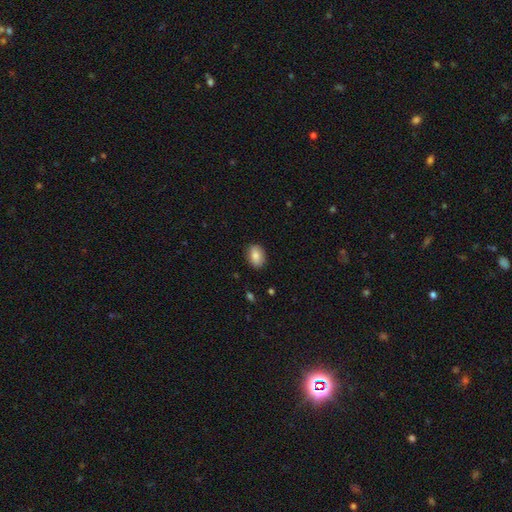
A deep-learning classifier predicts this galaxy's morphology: Smooth or featured? Predicted: smooth (p=0.85). How rounded? Predicted: in between (p=0.77). Merging? Predicted: none (p=0.87).